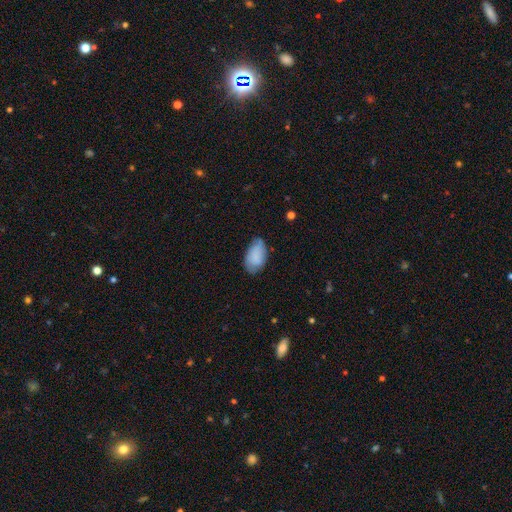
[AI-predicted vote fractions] Smooth or featured: smooth — 81% (featured or disk — 12%)
How rounded: in between — 94% (round — 5%)
Merging: none — 58% (minor disturbance — 33%)